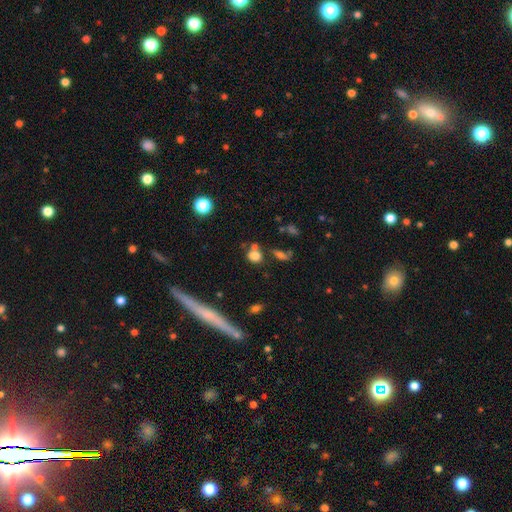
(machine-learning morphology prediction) smooth 75%, star or artifact 15%, featured or disk 10%. Down the decision tree: how rounded — round (50%); merging — none (50%).